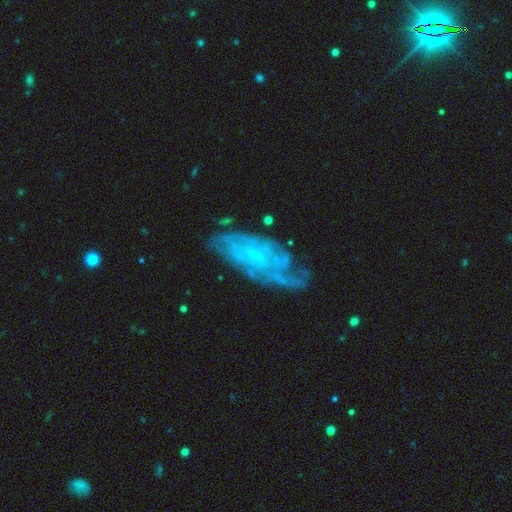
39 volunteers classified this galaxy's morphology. Smooth or featured: featured or disk — 90% (smooth — 10%)
Edge-on disk: no — 94% (yes — 6%)
Bar: no — 52% (weak — 48%)
Spiral arms: yes — 88% (no — 12%)
Spiral winding: tight — 66% (medium — 21%)
Spiral arm count: can't tell — 59% (2 — 17%)
Bulge size: none — 45% (small — 42%)
Merging: none — 46% (minor disturbance — 41%)